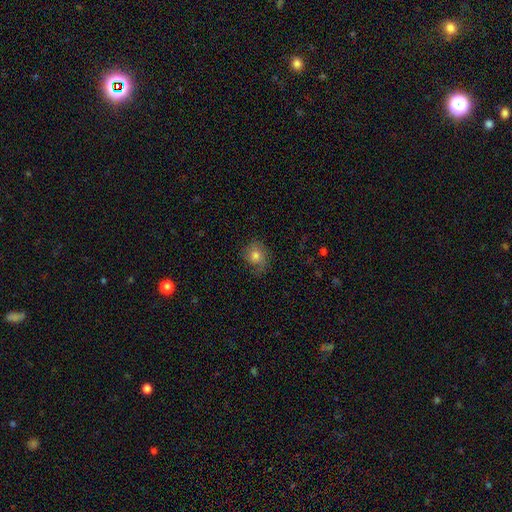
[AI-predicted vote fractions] Smooth or featured?
  - smooth: 71% *
  - featured or disk: 19%
  - star or artifact: 10%
How rounded?
  - round: 72% *
  - in between: 27%
  - cigar-shaped: 1%
Merging?
  - none: 66% *
  - minor disturbance: 24%
  - major disturbance: 10%
  - merger: 1%